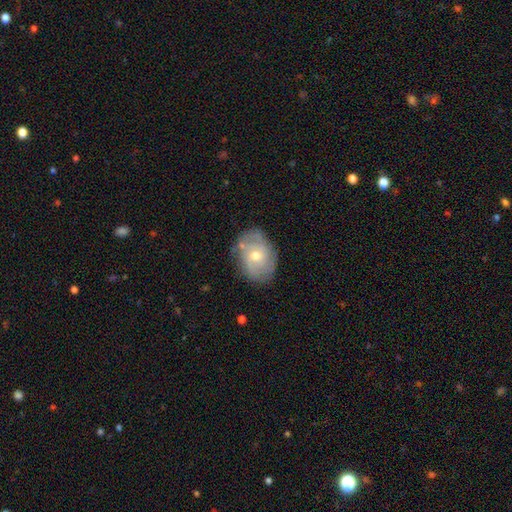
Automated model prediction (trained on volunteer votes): Smooth or featured?
  - featured or disk: 68% *
  - smooth: 25%
  - star or artifact: 7%
Edge-on disk?
  - no: 96% *
  - yes: 4%
Bar?
  - no: 73% *
  - weak: 23%
  - strong: 3%
Spiral arms?
  - yes: 83% *
  - no: 17%
Spiral winding?
  - tight: 54% *
  - medium: 34%
  - loose: 12%
Spiral arm count?
  - can't tell: 39% *
  - 2: 26%
  - 3: 19%
  - 4: 7%
  - 1: 4%
  - more than 4: 4%
Bulge size?
  - moderate: 58% *
  - small: 38%
  - large: 2%
  - none: 1%
  - dominant: 1%
Merging?
  - none: 74% *
  - minor disturbance: 18%
  - major disturbance: 5%
  - merger: 2%